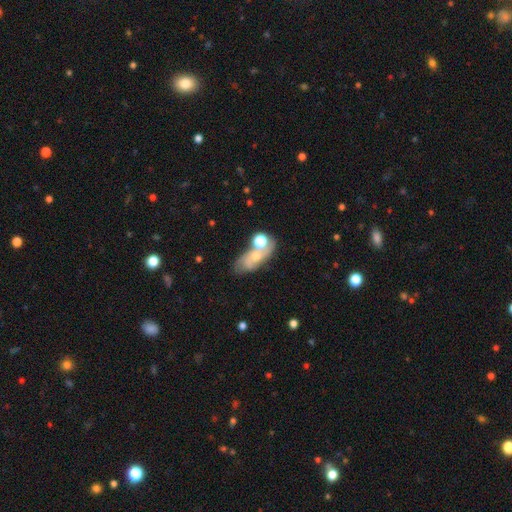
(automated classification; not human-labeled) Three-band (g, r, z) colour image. It shows a smooth galaxy with no disk features (45%). Merging: none (39%).